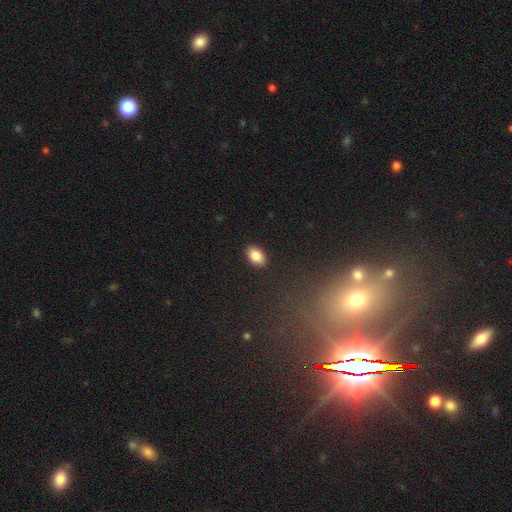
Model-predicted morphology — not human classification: type=smooth (86%); roundness=in between (90%); merging=none (89%).